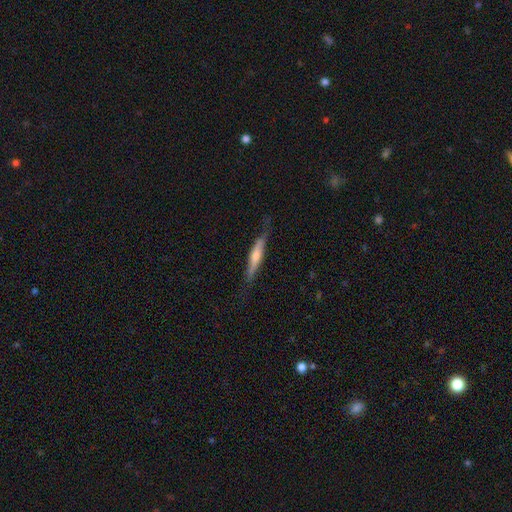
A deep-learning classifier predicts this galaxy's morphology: featured or disk 59%, smooth 36%, star or artifact 6%. Down the decision tree: edge-on disk — yes (94%); edge-on bulge — rounded (70%); merging — none (76%).